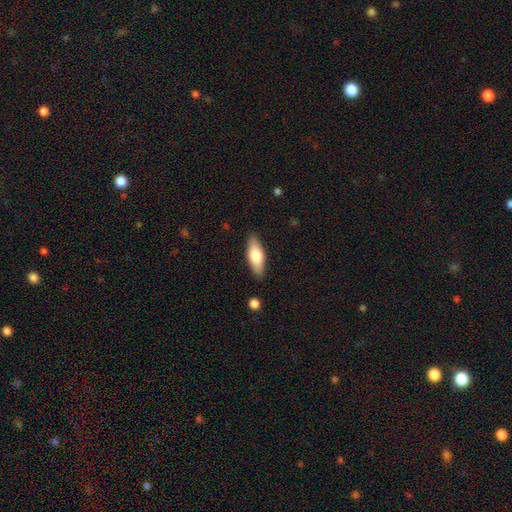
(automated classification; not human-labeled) Q: Smooth or featured?
A: smooth (65%); runner-up: featured or disk (29%)
Q: How rounded?
A: in between (68%); runner-up: cigar-shaped (30%)
Q: Merging?
A: none (87%); runner-up: minor disturbance (10%)